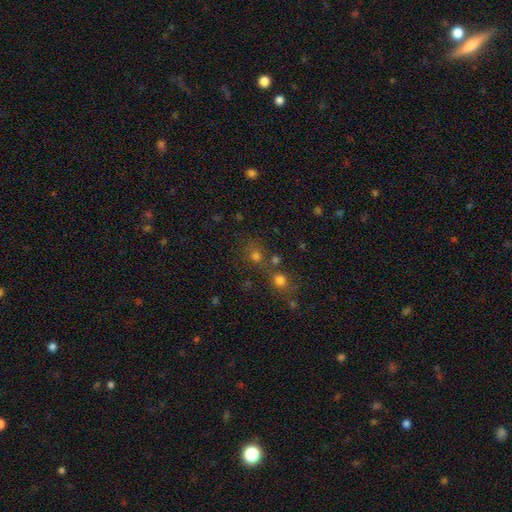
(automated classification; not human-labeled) Q: Smooth or featured?
A: smooth (68%); runner-up: star or artifact (24%)
Q: How rounded?
A: round (80%); runner-up: in between (19%)
Q: Merging?
A: none (55%); runner-up: merger (30%)